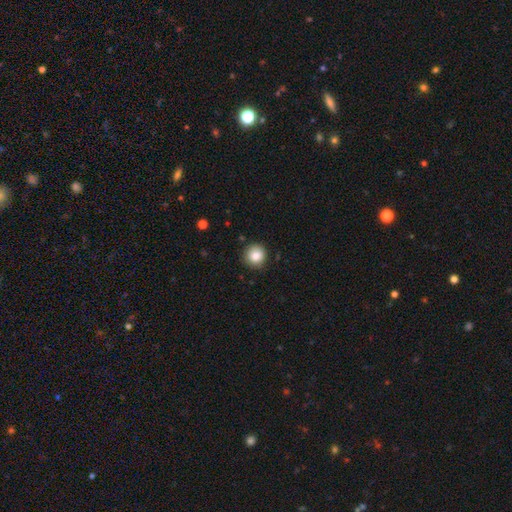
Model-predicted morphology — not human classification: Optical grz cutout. It shows a smooth galaxy with no disk features (85%) that is round (93%). Merging: none (87%).